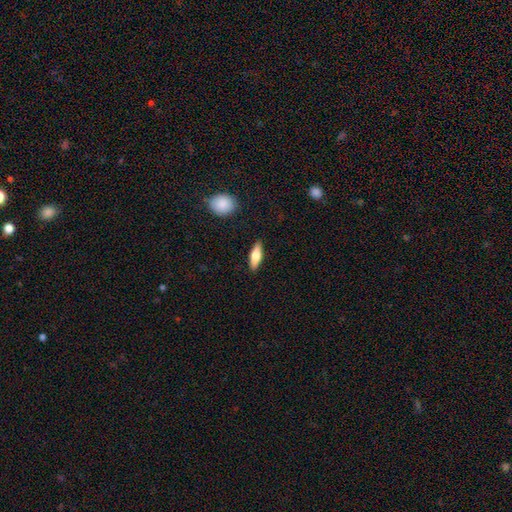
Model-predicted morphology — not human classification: type=smooth (66%); roundness=in between (55%); merging=none (89%).